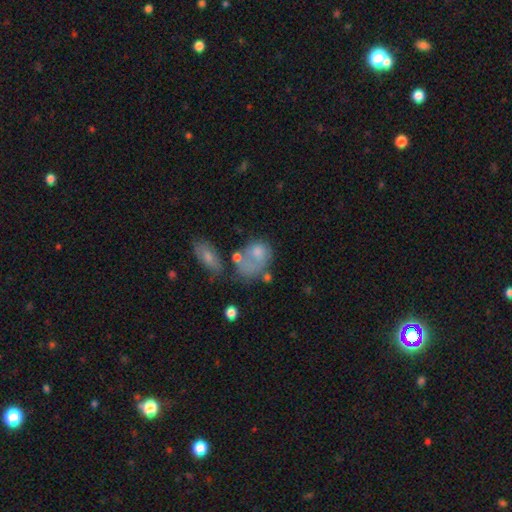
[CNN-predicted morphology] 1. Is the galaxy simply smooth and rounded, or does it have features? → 63% smooth, 26% featured or disk, 11% star or artifact.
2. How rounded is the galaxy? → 66% in between, 32% round, 2% cigar-shaped.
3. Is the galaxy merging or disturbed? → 27% major disturbance, 26% none, 25% merger, 21% minor disturbance.